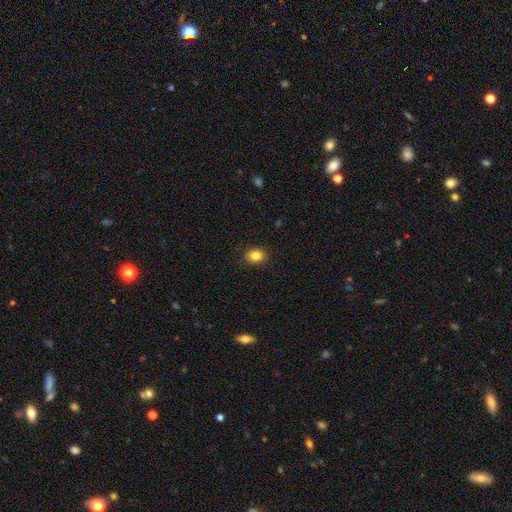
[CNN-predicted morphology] type=smooth (84%); roundness=in between (53%); merging=none (87%).